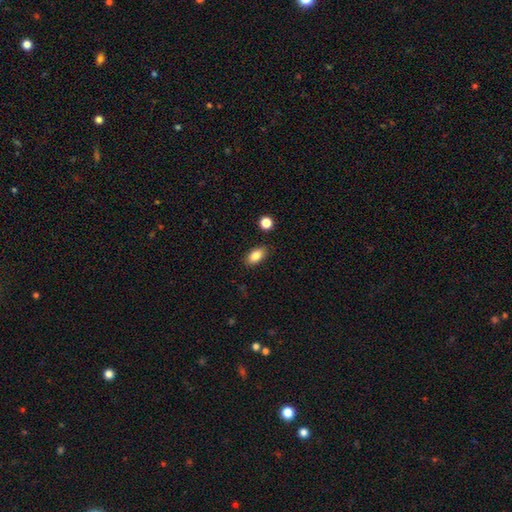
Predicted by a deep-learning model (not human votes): Smooth or featured? Predicted: smooth (p=0.85). How rounded? Predicted: in between (p=0.90). Merging? Predicted: none (p=0.85).